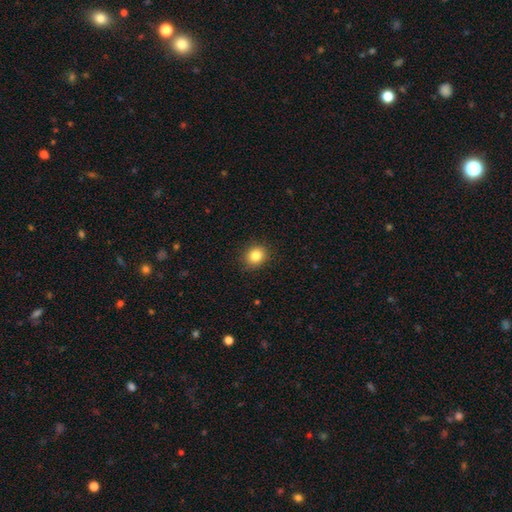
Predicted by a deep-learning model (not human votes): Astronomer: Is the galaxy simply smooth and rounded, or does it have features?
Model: smooth — 84%.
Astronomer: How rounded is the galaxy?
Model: round — 75%.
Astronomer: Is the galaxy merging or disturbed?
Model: none — 89%.